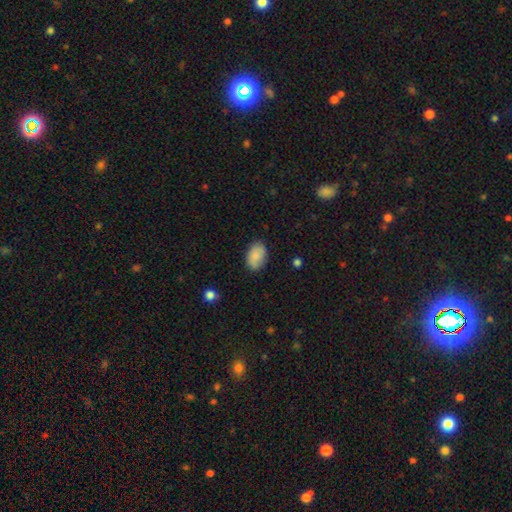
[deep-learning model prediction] Smooth or featured: smooth — 82% (featured or disk — 11%)
How rounded: in between — 89% (round — 9%)
Merging: none — 82% (minor disturbance — 14%)